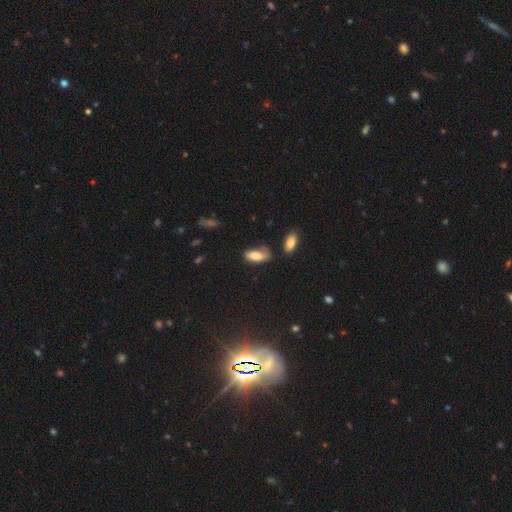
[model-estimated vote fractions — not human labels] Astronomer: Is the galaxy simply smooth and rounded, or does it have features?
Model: smooth — 82%.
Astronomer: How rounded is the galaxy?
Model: in between — 87%.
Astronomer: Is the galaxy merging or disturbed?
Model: none — 49% (runner-up: minor disturbance, 33%).